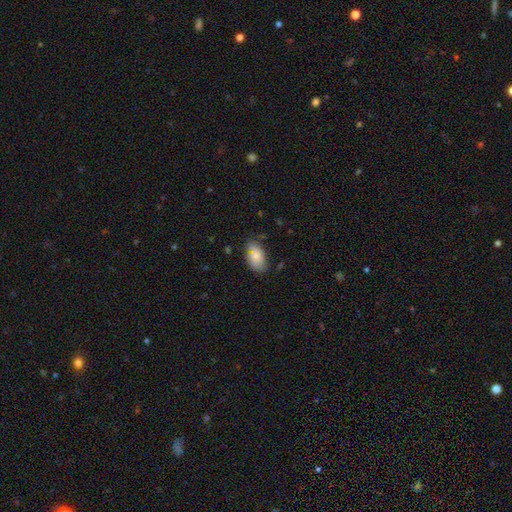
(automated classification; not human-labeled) This is likely a smooth galaxy (75%). How rounded: clearly in between (92%). Merging: likely none (62%).